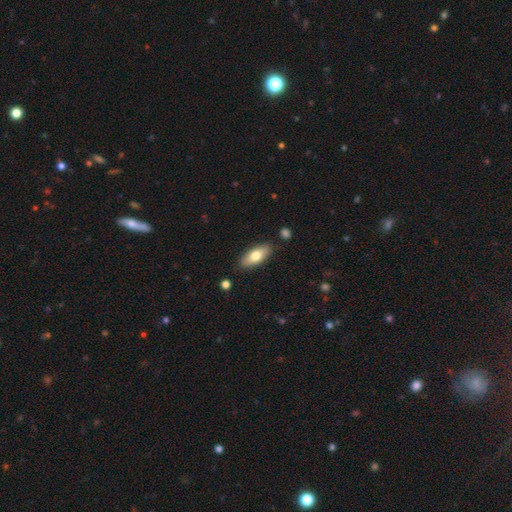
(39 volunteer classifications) Smooth or featured: smooth — 74% (featured or disk — 23%)
How rounded: in between — 90% (cigar-shaped — 10%)
Merging: none — 87% (minor disturbance — 8%)